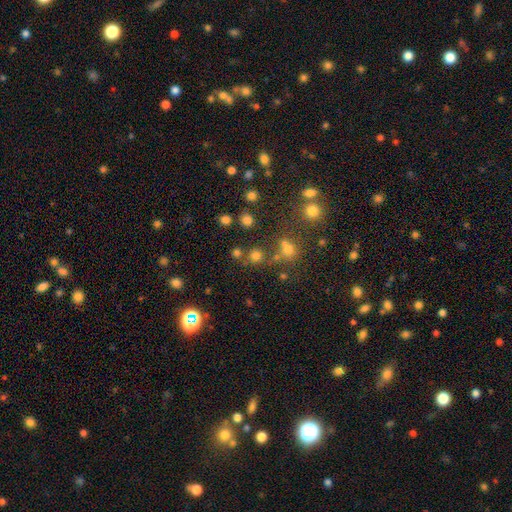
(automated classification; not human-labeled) Morphology: type=smooth (72%); roundness=round (89%); merging=none (71%).